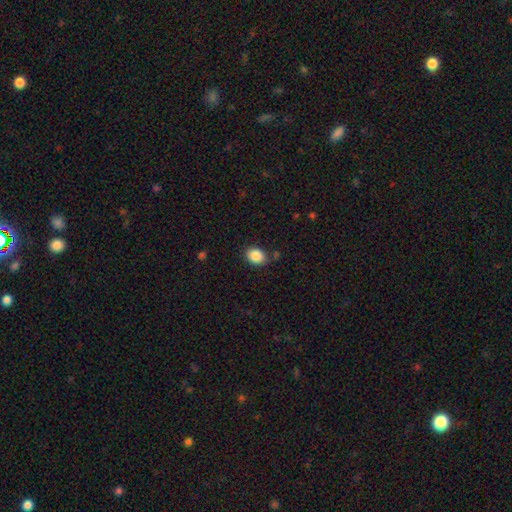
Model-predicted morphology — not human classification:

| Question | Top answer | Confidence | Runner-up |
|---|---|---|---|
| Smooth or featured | smooth | 88% | star or artifact (8%) |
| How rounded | in between | 58% | round (42%) |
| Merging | none | 81% | minor disturbance (13%) |